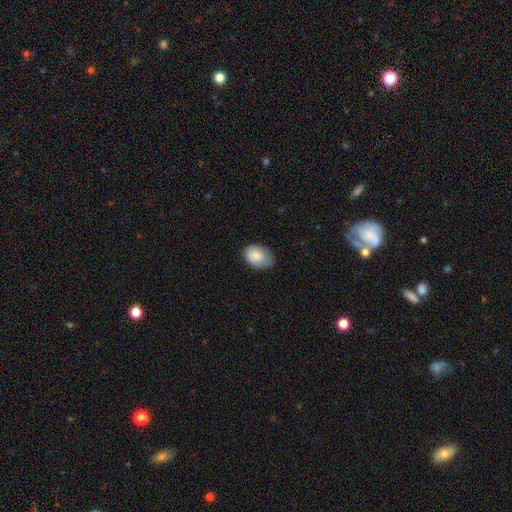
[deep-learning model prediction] Morphology: type=smooth (86%); roundness=in between (82%); merging=none (59%).